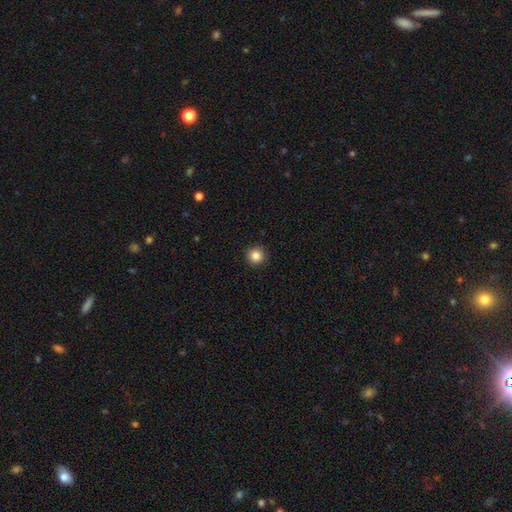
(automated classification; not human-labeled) The model was most divided on "smooth or featured": smooth: 85%, star or artifact: 11%, featured or disk: 5%. More confident: how rounded — round (95%); merging — none (93%).